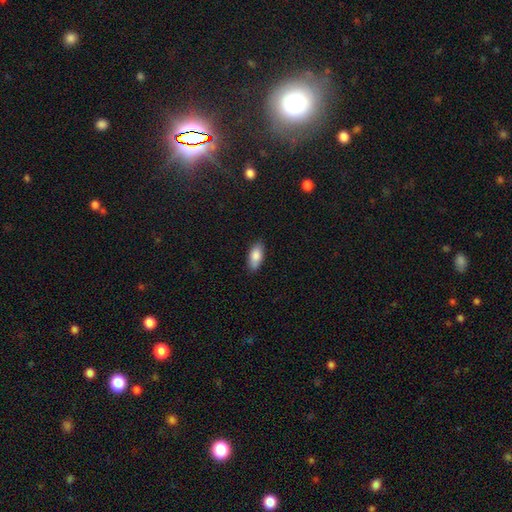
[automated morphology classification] Overall: smooth (84%). How rounded: in between (89%). Merging: none (86%).